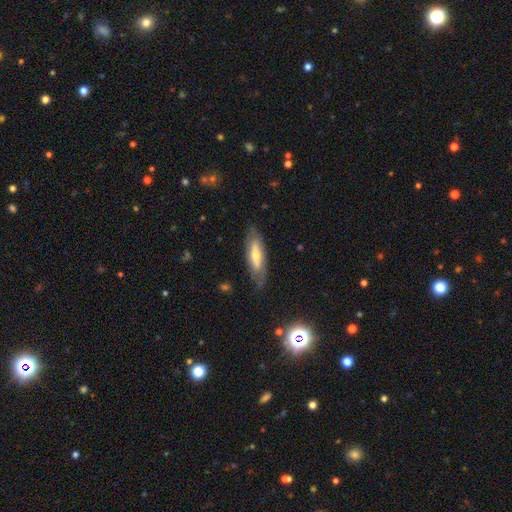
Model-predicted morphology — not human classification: type=featured or disk (54%); edge-on=no (62%); merging=none (77%).